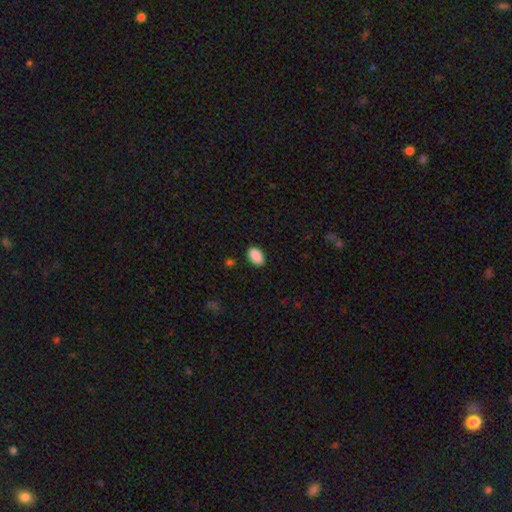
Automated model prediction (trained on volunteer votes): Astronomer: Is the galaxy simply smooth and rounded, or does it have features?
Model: smooth — 90%.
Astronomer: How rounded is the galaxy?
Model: in between — 91%.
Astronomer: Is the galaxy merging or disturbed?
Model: none — 86%.